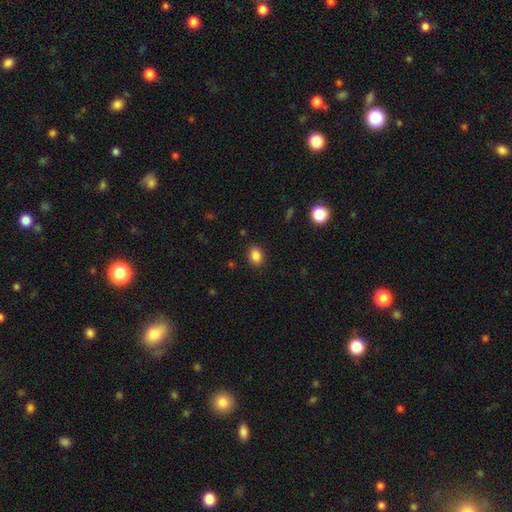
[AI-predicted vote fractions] Morphology: type=smooth (86%); roundness=in between (56%); merging=none (88%).